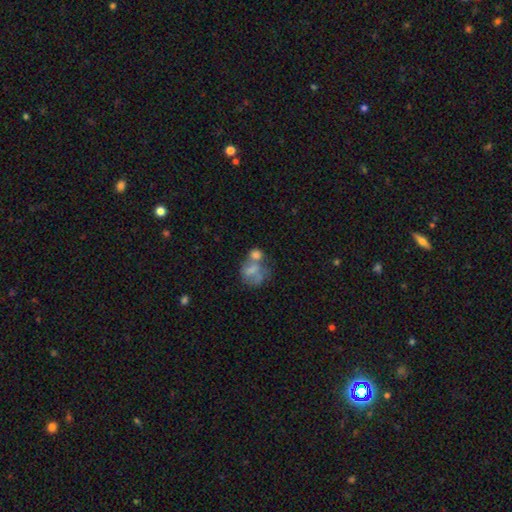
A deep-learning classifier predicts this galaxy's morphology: Q: Smooth or featured?
A: smooth (60%); runner-up: featured or disk (28%)
Q: How rounded?
A: round (56%); runner-up: in between (43%)
Q: Merging?
A: merger (52%); runner-up: none (23%)